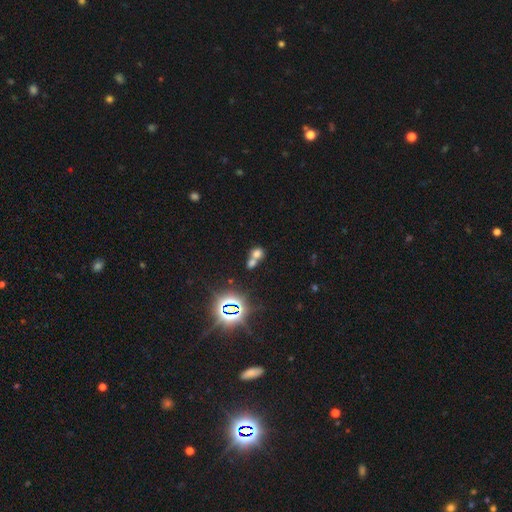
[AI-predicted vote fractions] Overall: smooth (60%; star or artifact 25%). How rounded: round (60%; in between 38%). Merging: merger (64%; none 27%).